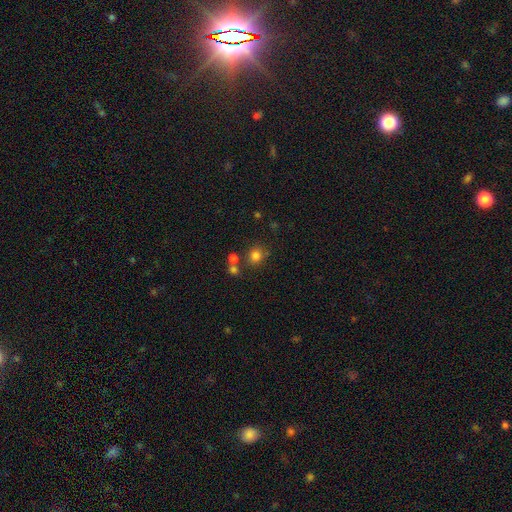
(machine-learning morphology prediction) A smooth galaxy with no disk features (78%) that is round (86%). Merging: none (72%).